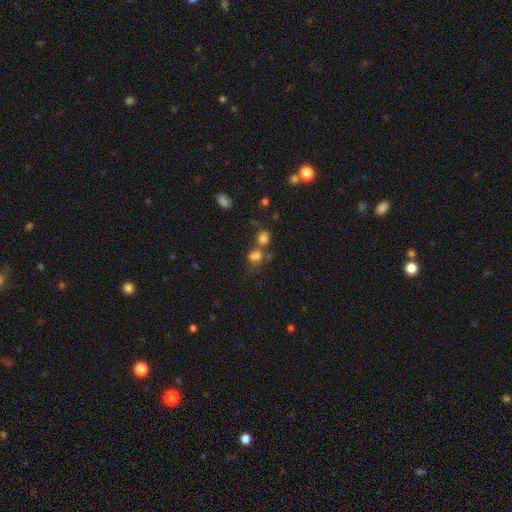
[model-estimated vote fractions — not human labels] Smooth or featured? Predicted: smooth (p=0.71). How rounded? Predicted: round (p=0.56). Merging? Predicted: merger (p=0.51).